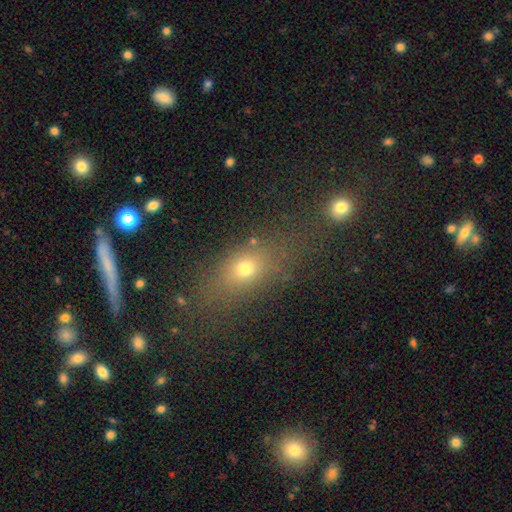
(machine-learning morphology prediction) Smooth or featured? smooth (58%)
How rounded? in between (51%)
Merging? none (73%)